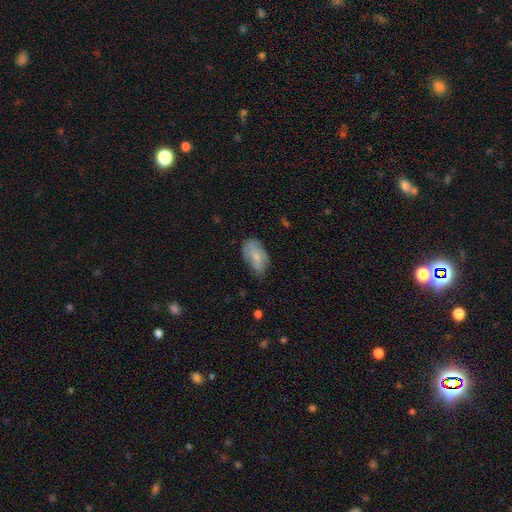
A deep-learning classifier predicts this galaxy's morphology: Smooth or featured? smooth (64%)
How rounded? in between (92%)
Merging? none (58%)